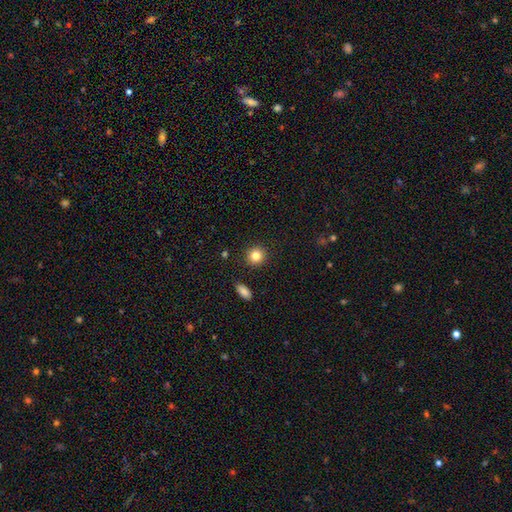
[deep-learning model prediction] Smooth or featured? smooth (84%)
How rounded? round (90%)
Merging? none (91%)